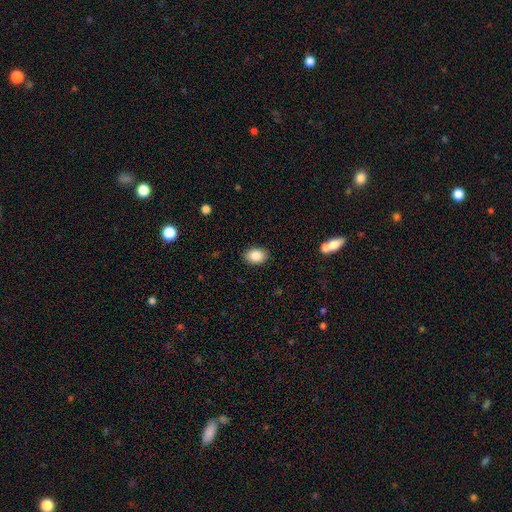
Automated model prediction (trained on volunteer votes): Smooth or featured?
  - smooth: 86% *
  - star or artifact: 8%
  - featured or disk: 6%
How rounded?
  - in between: 80% *
  - round: 19%
  - cigar-shaped: 1%
Merging?
  - none: 89% *
  - minor disturbance: 8%
  - major disturbance: 2%
  - merger: 1%